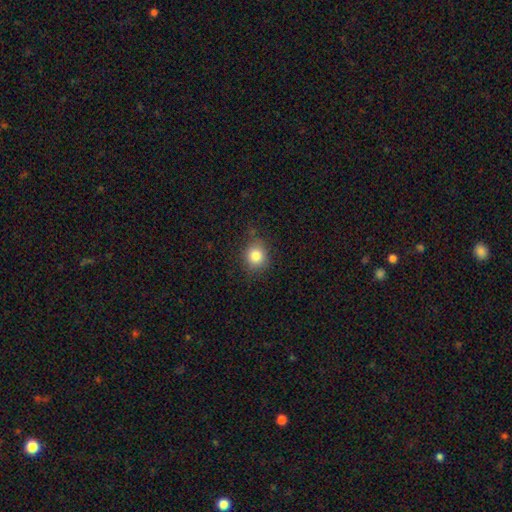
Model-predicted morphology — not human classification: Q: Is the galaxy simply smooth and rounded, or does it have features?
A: smooth — 82%.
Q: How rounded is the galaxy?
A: round — 78%.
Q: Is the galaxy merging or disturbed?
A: none — 79%.